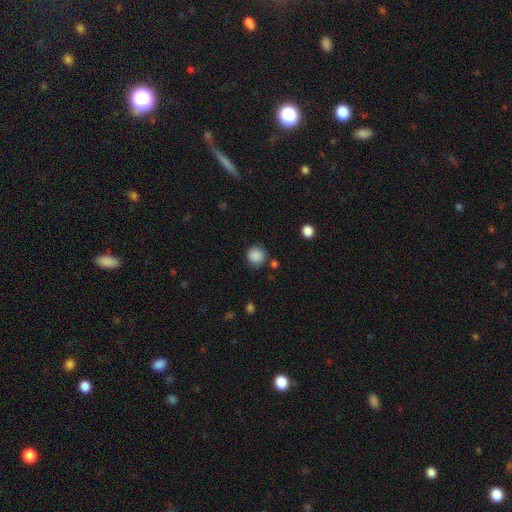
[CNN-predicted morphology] Smooth or featured: smooth — 88% (star or artifact — 9%)
How rounded: round — 92% (in between — 7%)
Merging: none — 82% (minor disturbance — 11%)